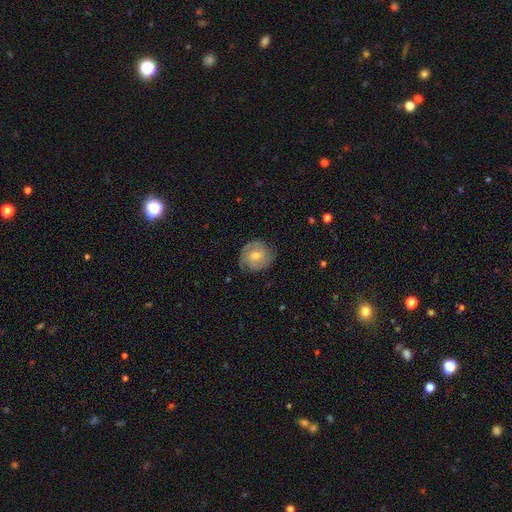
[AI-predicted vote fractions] featured or disk 79%, smooth 15%, star or artifact 7%. Down the decision tree: edge-on disk — no (97%); bar — no (52%); spiral arms — yes (95%); spiral arm count — 2 (59%); spiral winding — tight (59%); bulge size — moderate (64%); merging — none (79%).